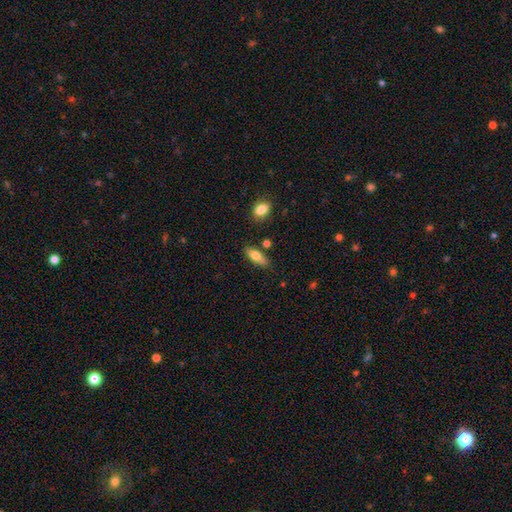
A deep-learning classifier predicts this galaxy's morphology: Smooth or featured?
  - smooth: 75% *
  - featured or disk: 18%
  - star or artifact: 7%
How rounded?
  - in between: 70% *
  - cigar-shaped: 27%
  - round: 3%
Merging?
  - none: 73% *
  - minor disturbance: 17%
  - merger: 7%
  - major disturbance: 4%